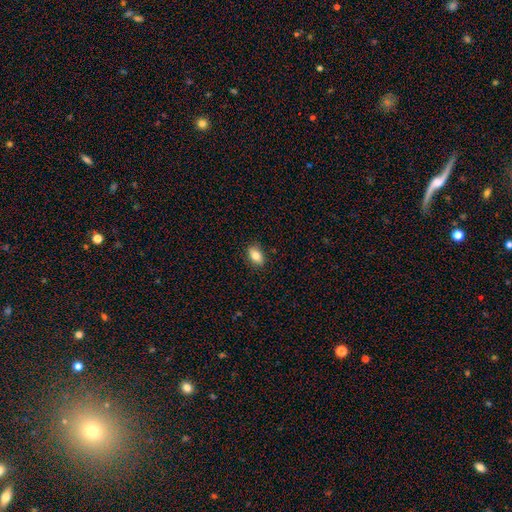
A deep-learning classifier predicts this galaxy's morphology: smooth 78%, featured or disk 14%, star or artifact 8%. Down the decision tree: how rounded — in between (87%); merging — none (87%).